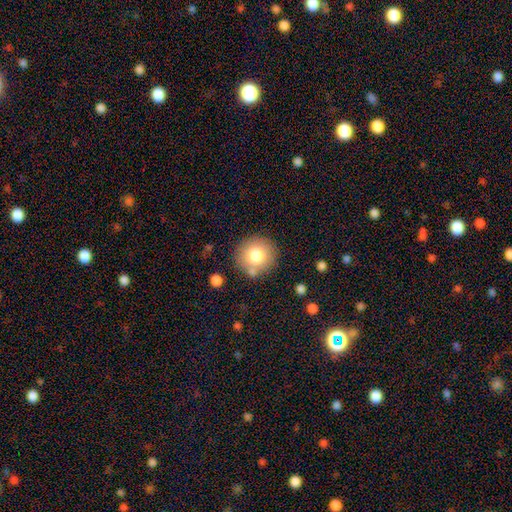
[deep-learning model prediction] smooth 77%, featured or disk 13%, star or artifact 10%. Down the decision tree: how rounded — round (93%); merging — none (81%).